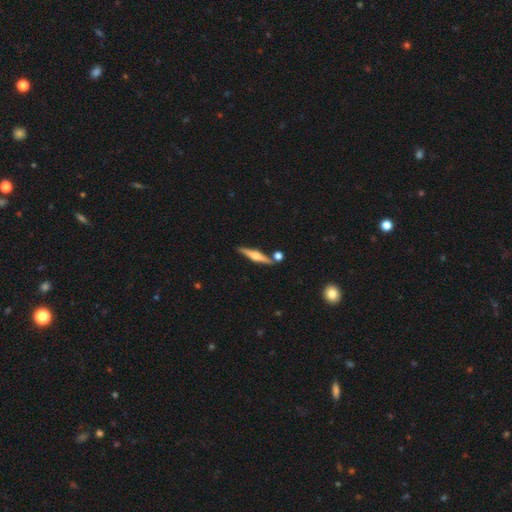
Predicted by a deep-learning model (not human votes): Smooth or featured? Predicted: featured or disk (p=0.71). Edge-on disk? Predicted: yes (p=0.97). Edge-on bulge? Predicted: rounded (p=0.90). Merging? Predicted: none (p=0.83).